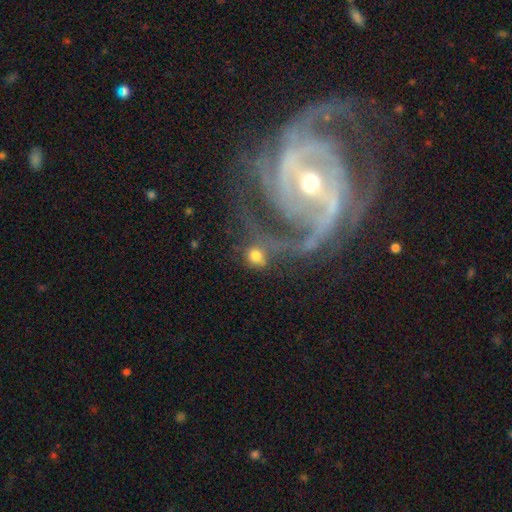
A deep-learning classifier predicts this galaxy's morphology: Overall: smooth (58%; featured or disk 26%). How rounded: round (75%). Merging: none (48%; merger 19%).